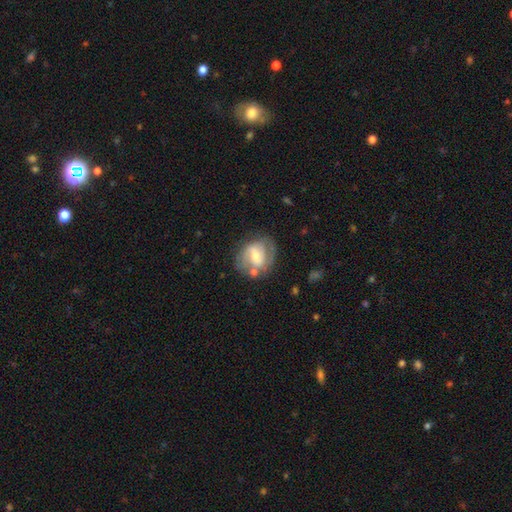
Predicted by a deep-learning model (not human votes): A featured or disk galaxy (65%) with a weak bar (47%), spiral arms (74%) and a moderate central bulge (55%). Merging: none (60%).